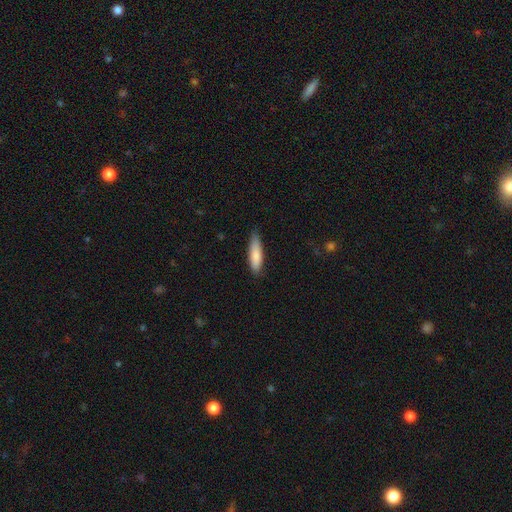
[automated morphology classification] Smooth or featured: smooth — 83% (featured or disk — 11%)
How rounded: cigar-shaped — 59% (in between — 39%)
Merging: none — 78% (minor disturbance — 19%)